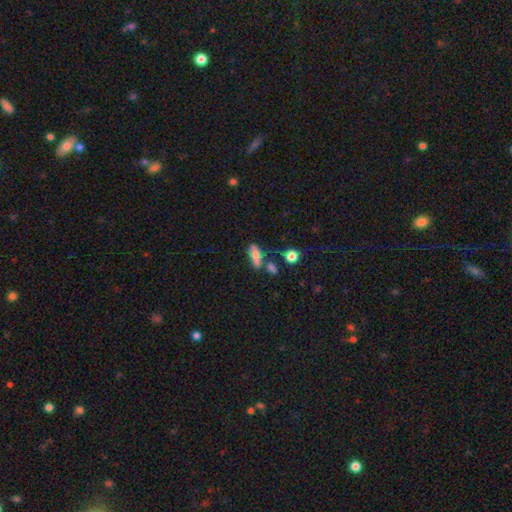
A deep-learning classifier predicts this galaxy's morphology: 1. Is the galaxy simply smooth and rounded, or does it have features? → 75% smooth, 16% featured or disk, 9% star or artifact.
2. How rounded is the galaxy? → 58% in between, 37% cigar-shaped, 5% round.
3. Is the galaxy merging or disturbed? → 52% none, 22% minor disturbance, 18% merger, 9% major disturbance.